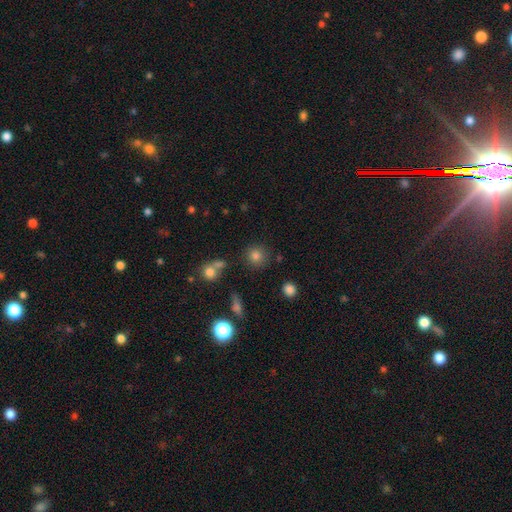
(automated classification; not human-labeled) smooth 80%, star or artifact 13%, featured or disk 7%. Down the decision tree: how rounded — round (91%); merging — none (82%).